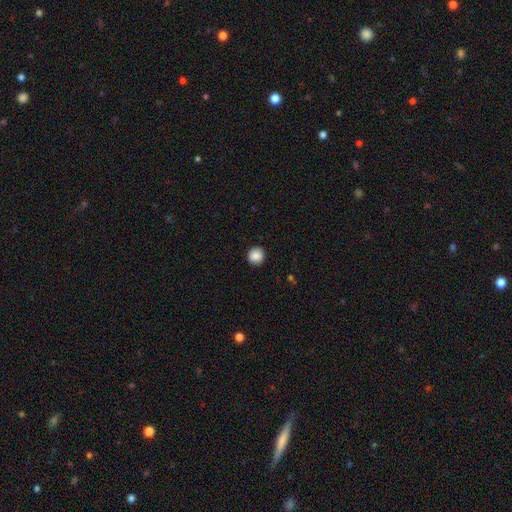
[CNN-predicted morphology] smooth 87%, star or artifact 9%, featured or disk 4%. Down the decision tree: how rounded — round (93%); merging — none (91%).